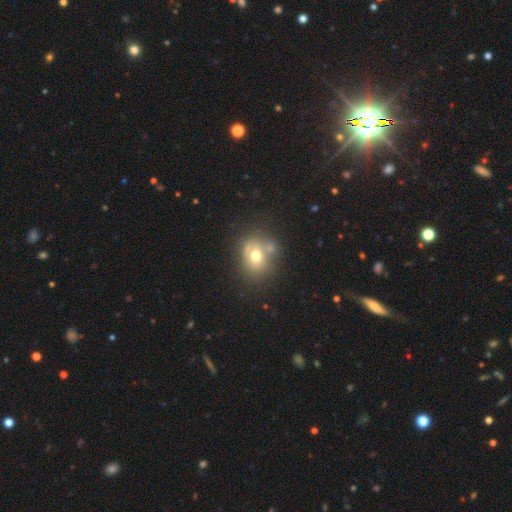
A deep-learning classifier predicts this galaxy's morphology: A smooth galaxy with no disk features (65%) that is round (54%).

Vote fractions:
- Smooth or featured? smooth: 65% / featured or disk: 23% / star or artifact: 12%
- How rounded? round: 54% / in between: 44% / cigar-shaped: 1%
- Merging? none: 47% / merger: 27% / minor disturbance: 18% / major disturbance: 7%